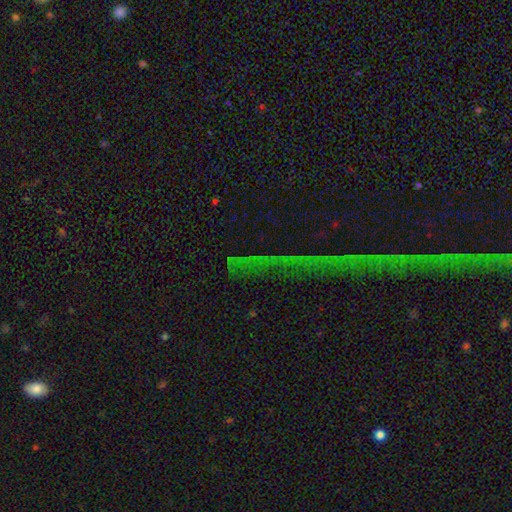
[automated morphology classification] A star or artifact, not a galaxy (78%).